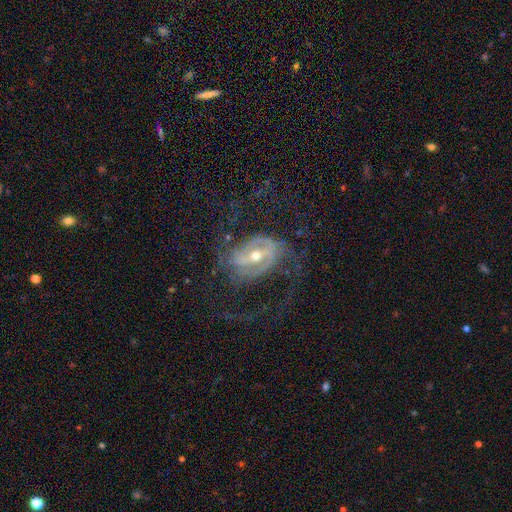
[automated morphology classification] Q: Smooth or featured?
A: featured or disk (88%); runner-up: smooth (6%)
Q: Edge-on disk?
A: no (96%); runner-up: yes (4%)
Q: Bar?
A: strong (51%); runner-up: weak (35%)
Q: Spiral arms?
A: yes (93%); runner-up: no (7%)
Q: Spiral winding?
A: medium (45%); runner-up: loose (33%)
Q: Spiral arm count?
A: 2 (68%); runner-up: can't tell (10%)
Q: Bulge size?
A: moderate (52%); runner-up: small (44%)
Q: Merging?
A: none (58%); runner-up: major disturbance (25%)